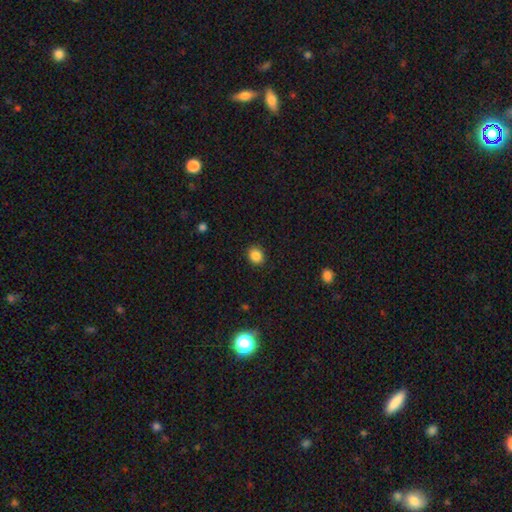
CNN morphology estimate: This appears to be a smooth galaxy with no disk features (86%) that is round (63%). Merging: none (89%).